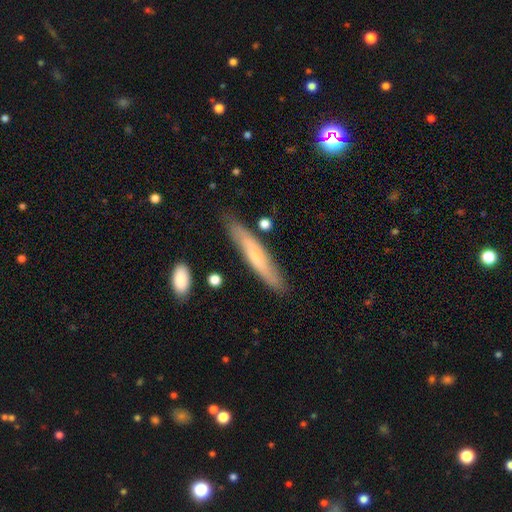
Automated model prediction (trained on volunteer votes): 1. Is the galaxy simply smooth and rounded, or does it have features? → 49% smooth, 44% featured or disk, 6% star or artifact.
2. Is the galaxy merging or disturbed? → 83% none, 13% minor disturbance, 2% merger, 2% major disturbance.